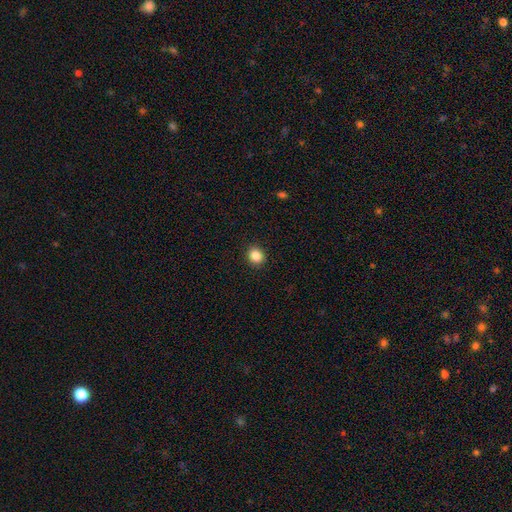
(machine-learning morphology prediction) Smooth or featured? smooth (86%)
How rounded? round (76%)
Merging? none (92%)